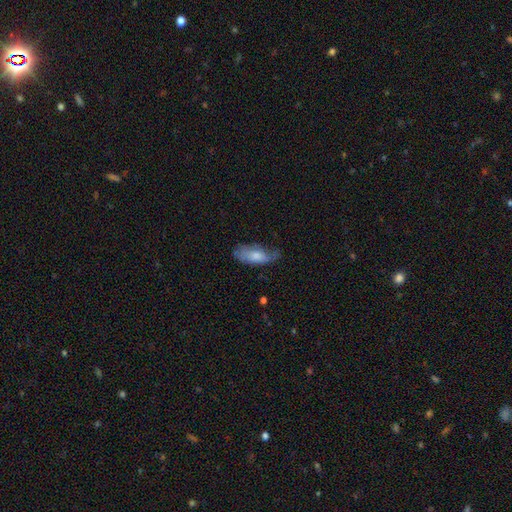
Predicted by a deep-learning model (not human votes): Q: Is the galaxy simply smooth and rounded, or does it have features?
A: smooth — 67%.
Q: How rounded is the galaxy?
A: in between — 85%.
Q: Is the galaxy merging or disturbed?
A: none — 43%.